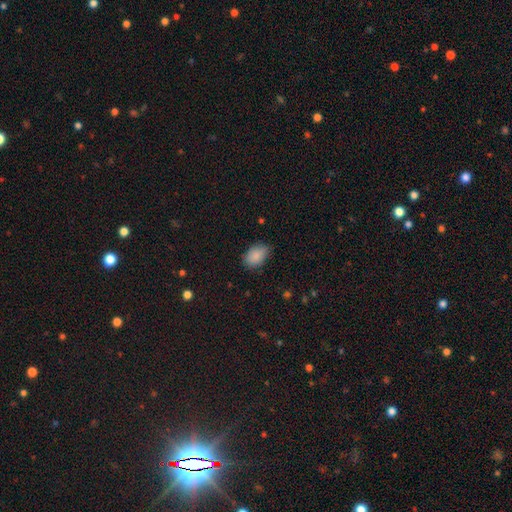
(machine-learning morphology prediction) Smooth or featured?
  - smooth: 88% *
  - star or artifact: 7%
  - featured or disk: 5%
How rounded?
  - in between: 86% *
  - round: 13%
  - cigar-shaped: 1%
Merging?
  - none: 74% *
  - minor disturbance: 22%
  - major disturbance: 4%
  - merger: 1%